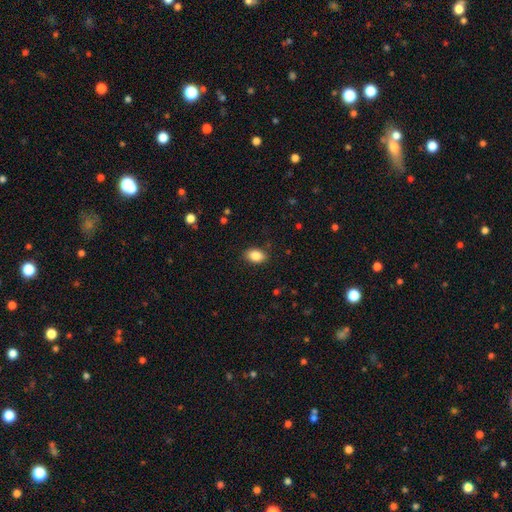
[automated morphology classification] This is clearly a smooth galaxy (87%). How rounded: clearly in between (84%). Merging: clearly none (87%).